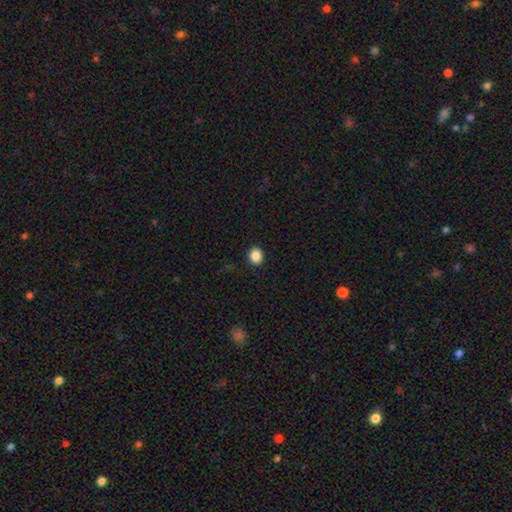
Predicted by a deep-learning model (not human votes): Morphology: type=smooth (87%); roundness=round (69%); merging=none (92%).